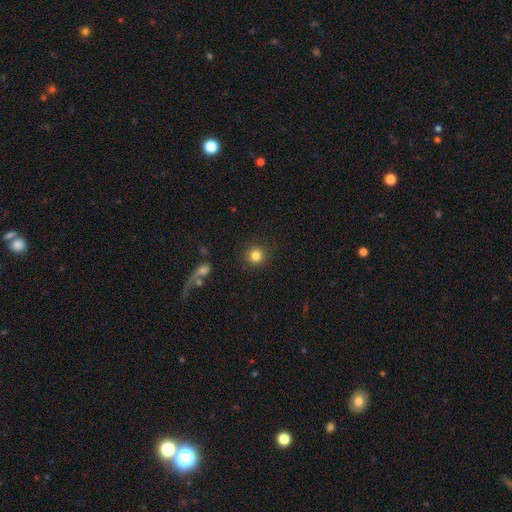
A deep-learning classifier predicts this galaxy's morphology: A smooth galaxy with no disk features (83%) that is round (94%). Merging: none (90%).